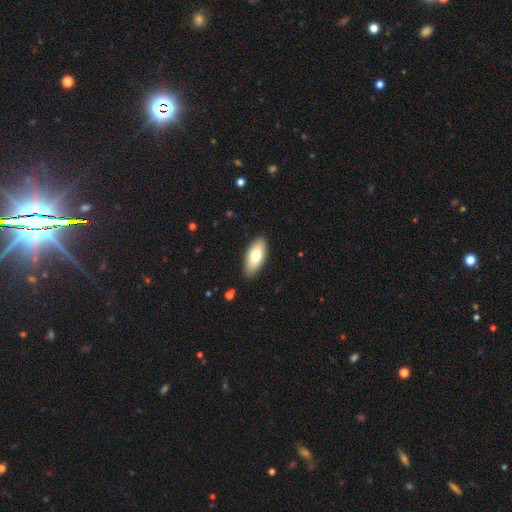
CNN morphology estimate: Smooth or featured? Predicted: smooth (p=0.74). How rounded? Predicted: in between (p=0.88). Merging? Predicted: none (p=0.89).